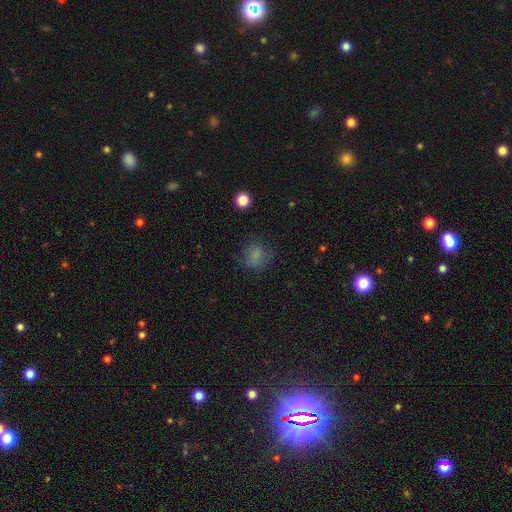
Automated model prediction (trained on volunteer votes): The model was most divided on "how rounded": round: 70%, in between: 29%, cigar-shaped: 1%. More confident: smooth or featured — smooth (75%); merging — none (66%).